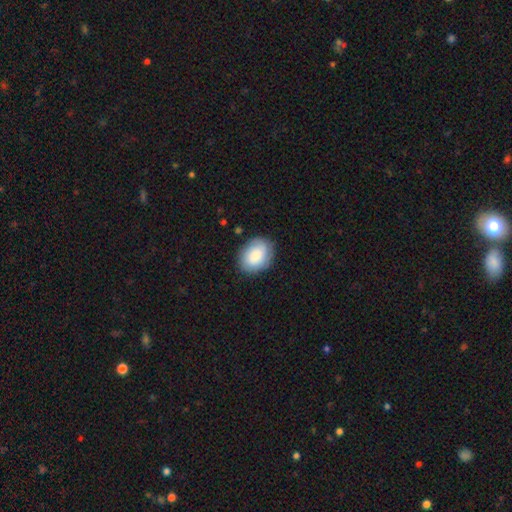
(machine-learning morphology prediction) smooth 84%, featured or disk 9%, star or artifact 6%. Down the decision tree: how rounded — in between (70%); merging — none (84%).